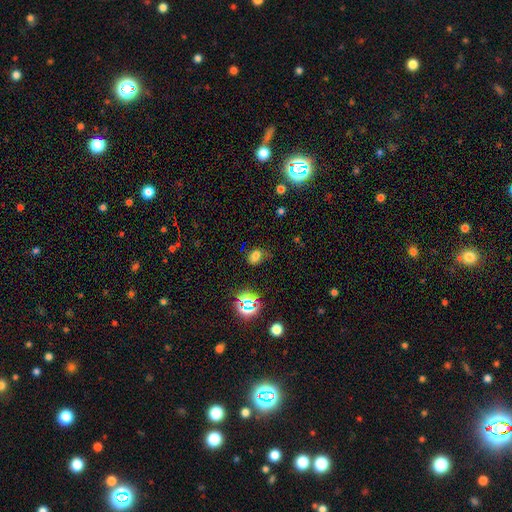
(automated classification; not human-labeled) Smooth or featured? smooth (67%)
How rounded? in between (63%)
Merging? none (65%)